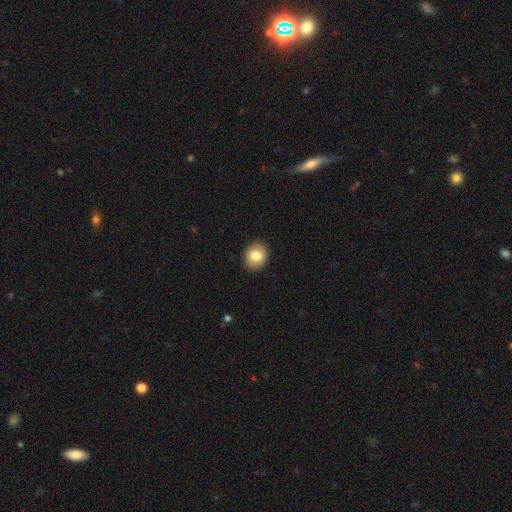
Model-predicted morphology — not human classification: smooth 83%, featured or disk 10%, star or artifact 8%. Down the decision tree: how rounded — round (60%); merging — none (90%).